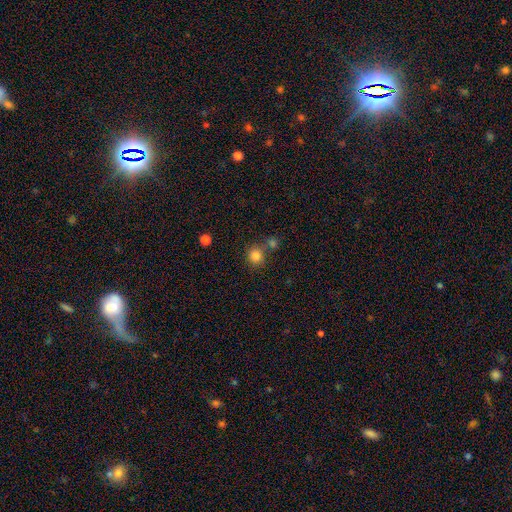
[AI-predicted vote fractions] smooth-or-featured: smooth: 82% | star or artifact: 12% | featured or disk: 6%
  how-rounded: round: 91% | in between: 8% | cigar-shaped: 1%
  merging: none: 66% | merger: 22% | minor disturbance: 9% | major disturbance: 3%